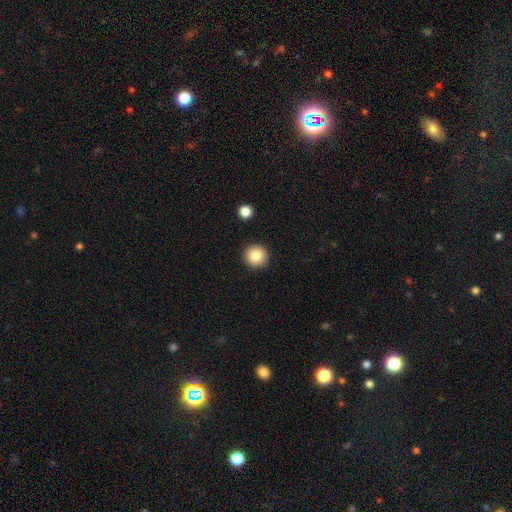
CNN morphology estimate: Q: Smooth or featured?
A: smooth (84%); runner-up: star or artifact (10%)
Q: How rounded?
A: round (95%); runner-up: in between (4%)
Q: Merging?
A: none (92%); runner-up: minor disturbance (5%)